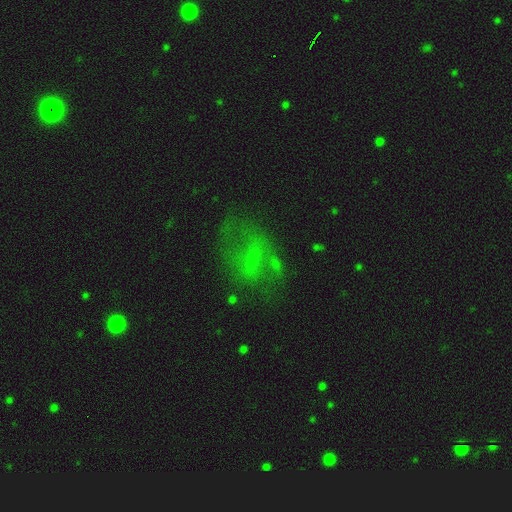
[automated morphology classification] This is marginally a featured or disk galaxy (40%). Merging: possibly none (56%).